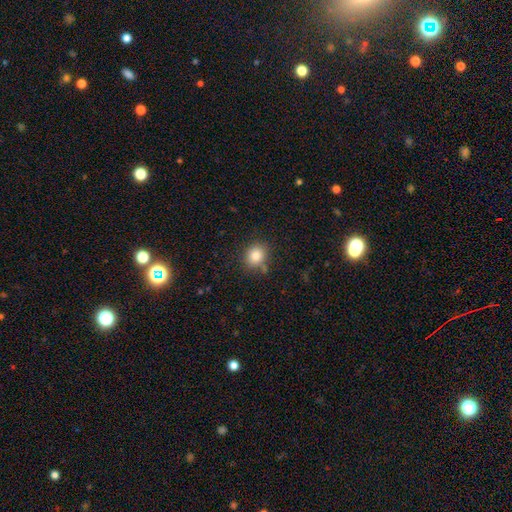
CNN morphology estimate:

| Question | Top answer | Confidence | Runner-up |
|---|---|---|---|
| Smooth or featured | smooth | 83% | star or artifact (11%) |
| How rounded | round | 68% | in between (31%) |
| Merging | none | 77% | minor disturbance (14%) |